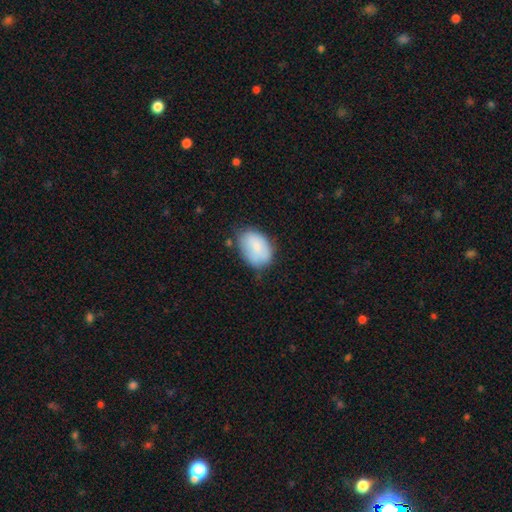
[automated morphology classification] Smooth or featured? smooth (76%)
How rounded? in between (83%)
Merging? none (60%)